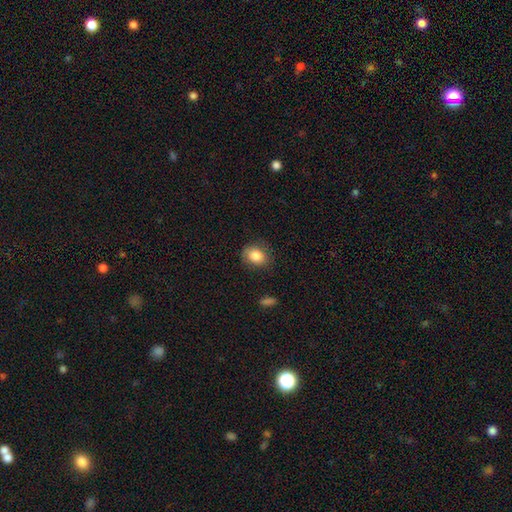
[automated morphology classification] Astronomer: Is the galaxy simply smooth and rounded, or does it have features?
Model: smooth — 84%.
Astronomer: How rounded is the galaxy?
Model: in between — 52% (runner-up: round, 47%).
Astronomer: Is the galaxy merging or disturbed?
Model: none — 76%.